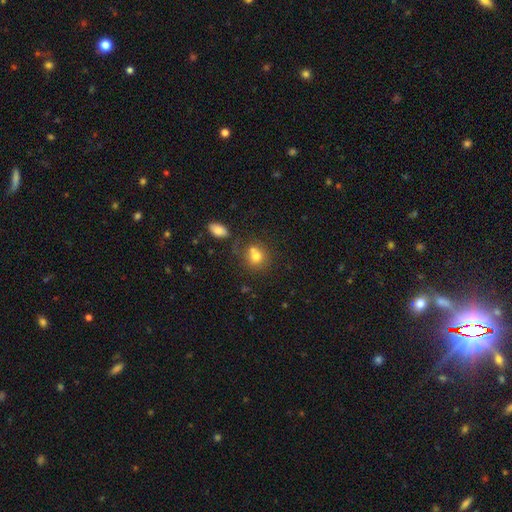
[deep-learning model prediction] smooth_or_featured: smooth (p=0.74) [alt: featured or disk p=0.13]
how_rounded: round (p=0.74) [alt: in between p=0.24]
merging: none (p=0.50) [alt: merger p=0.33]